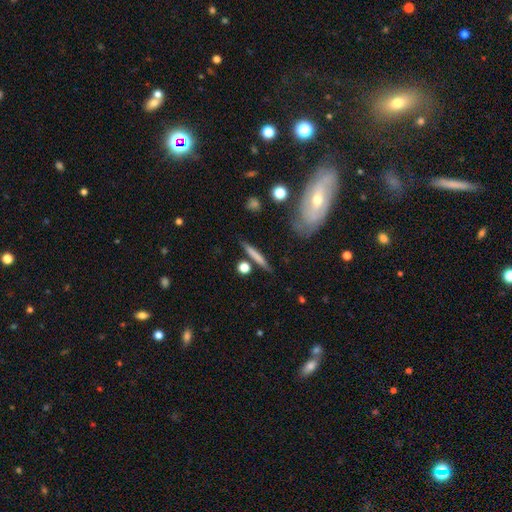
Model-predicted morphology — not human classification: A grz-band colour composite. It shows a smooth galaxy with no disk features (68%) that is cigar-shaped (89%). Merging: none (80%).